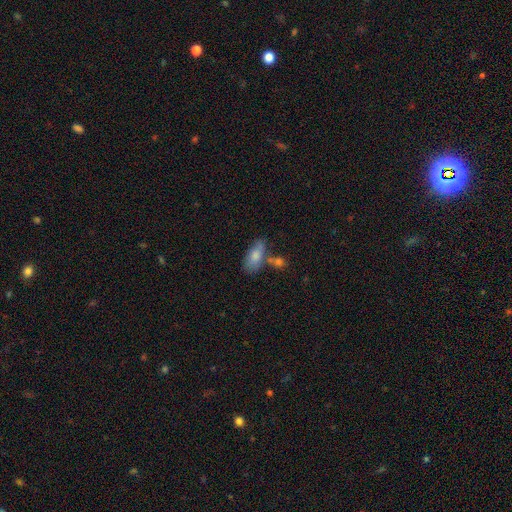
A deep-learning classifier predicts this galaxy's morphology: Smooth or featured? Predicted: smooth (p=0.77). How rounded? Predicted: in between (p=0.88). Merging? Predicted: none (p=0.48).